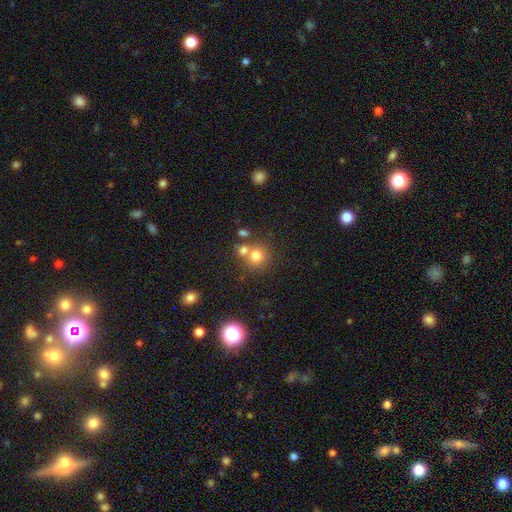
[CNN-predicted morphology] A smooth galaxy with no disk features (75%) that is round (86%). Merging: none (53%).